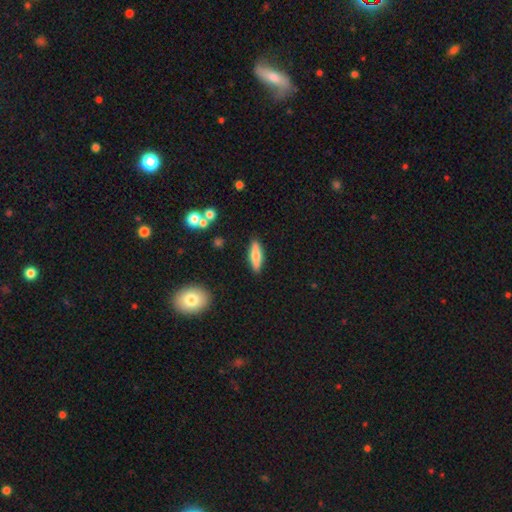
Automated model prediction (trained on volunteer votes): Smooth or featured?
  - smooth: 63% *
  - featured or disk: 30%
  - star or artifact: 7%
How rounded?
  - cigar-shaped: 64% *
  - in between: 33%
  - round: 2%
Merging?
  - none: 88% *
  - minor disturbance: 8%
  - major disturbance: 2%
  - merger: 2%